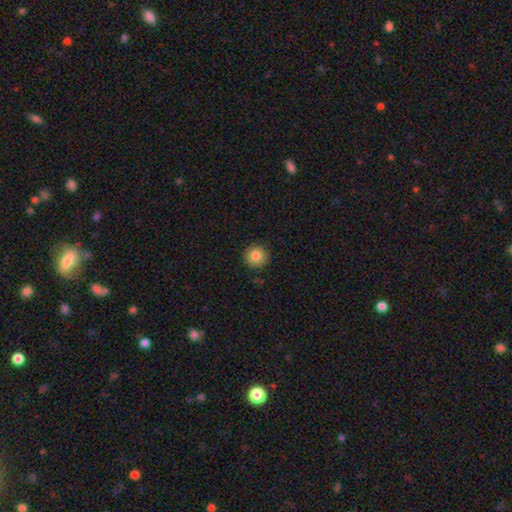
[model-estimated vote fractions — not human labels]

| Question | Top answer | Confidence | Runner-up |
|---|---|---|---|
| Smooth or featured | smooth | 84% | star or artifact (10%) |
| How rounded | round | 94% | in between (5%) |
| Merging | none | 91% | minor disturbance (7%) |